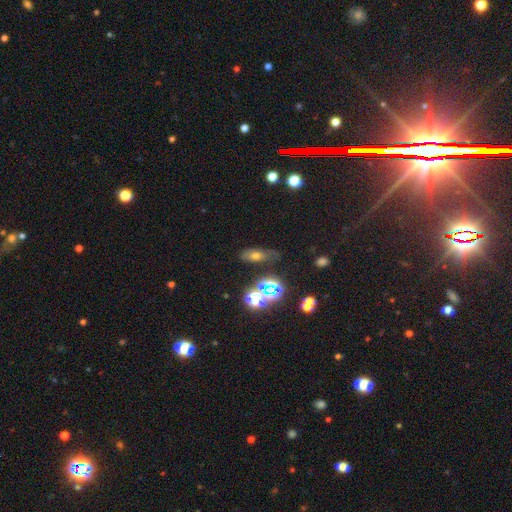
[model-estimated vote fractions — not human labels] Smooth or featured?
  - smooth: 53% *
  - star or artifact: 26%
  - featured or disk: 21%
How rounded?
  - in between: 65% *
  - cigar-shaped: 20%
  - round: 15%
Merging?
  - none: 64% *
  - minor disturbance: 20%
  - major disturbance: 9%
  - merger: 7%